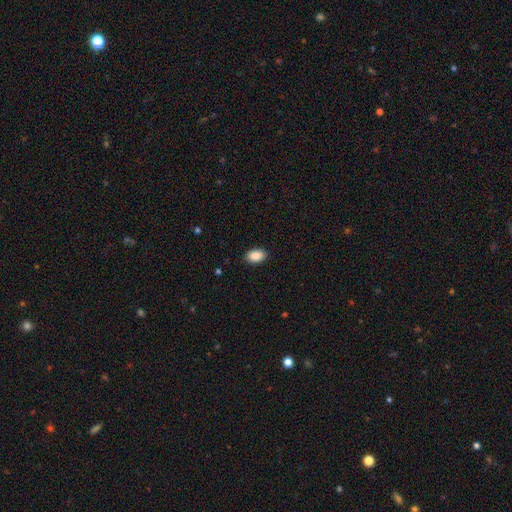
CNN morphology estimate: This appears to be a smooth galaxy with no disk features (89%) that is in between round and cigar-shaped (90%). Merging: none (89%).